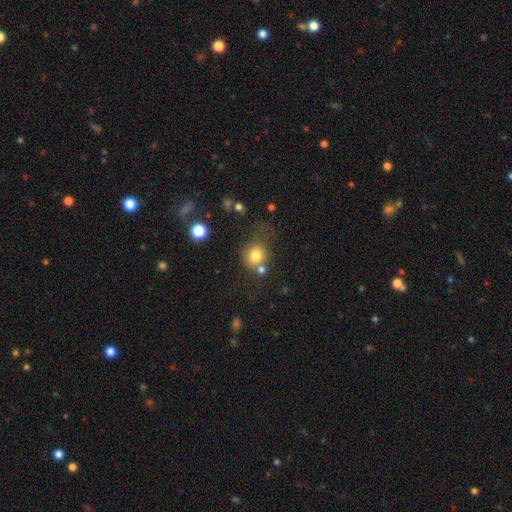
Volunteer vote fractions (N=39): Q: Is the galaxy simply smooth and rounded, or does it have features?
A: smooth — 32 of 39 (82%).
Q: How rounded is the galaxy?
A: round — 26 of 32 (81%).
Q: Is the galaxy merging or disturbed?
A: none — 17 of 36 (47%).